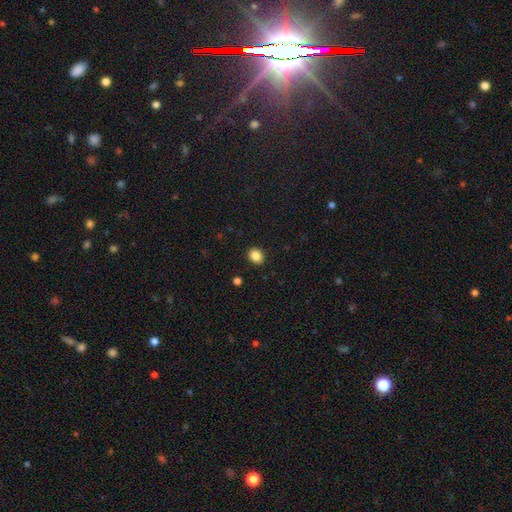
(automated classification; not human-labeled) A smooth galaxy with no disk features (86%) that is round (62%).

Vote fractions:
- Smooth or featured? smooth: 86% / star or artifact: 10% / featured or disk: 4%
- How rounded? round: 62% / in between: 37% / cigar-shaped: 1%
- Merging? none: 91% / minor disturbance: 6% / major disturbance: 2% / merger: 1%